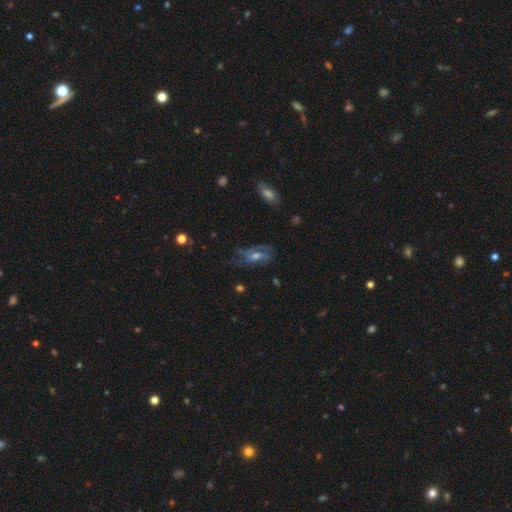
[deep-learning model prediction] The model was most divided on "bar": no: 50%, weak: 39%, strong: 11%. More confident: edge-on disk — no (91%); spiral arms — yes (80%); smooth or featured — featured or disk (66%); merging — none (57%); bulge size — moderate (54%).